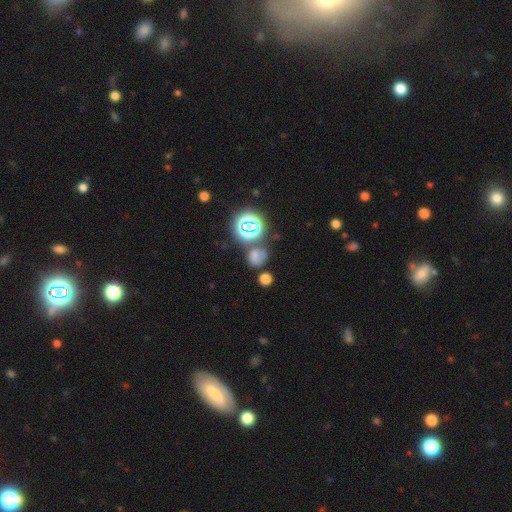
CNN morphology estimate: A smooth galaxy with no disk features (53%) that is round (65%). Merging: none (49%).